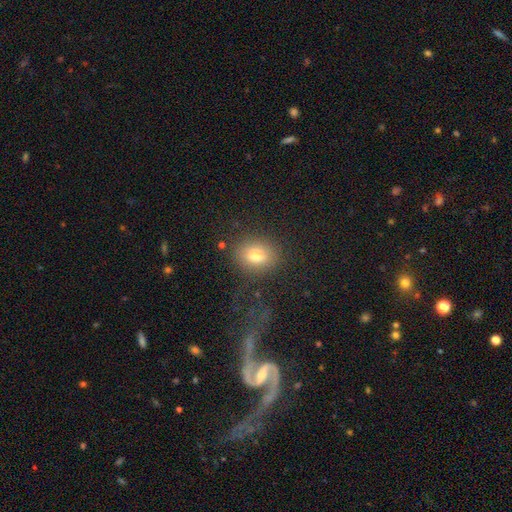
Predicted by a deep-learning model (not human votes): smooth-or-featured: smooth: 74% | featured or disk: 14% | star or artifact: 12%
  how-rounded: in between: 55% | round: 43% | cigar-shaped: 2%
  merging: none: 76% | minor disturbance: 13% | major disturbance: 8% | merger: 4%